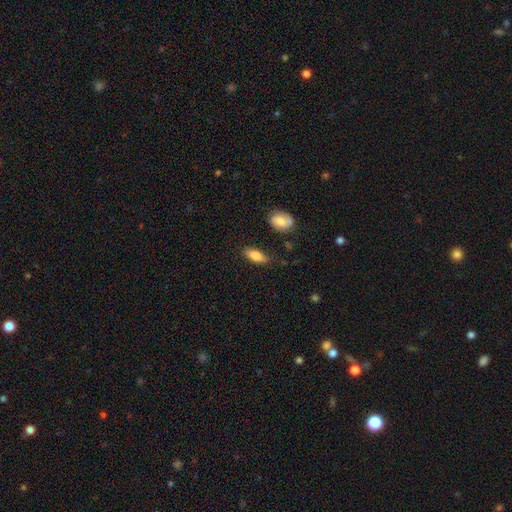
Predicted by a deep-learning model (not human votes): This is likely a smooth galaxy (79%). How rounded: likely in between (78%). Merging: likely none (76%).